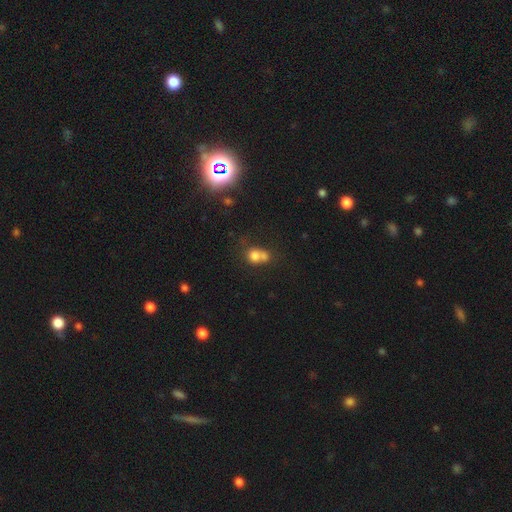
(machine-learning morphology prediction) Smooth or featured: smooth — 72% (featured or disk — 15%)
How rounded: round — 69% (in between — 30%)
Merging: merger — 56% (none — 28%)